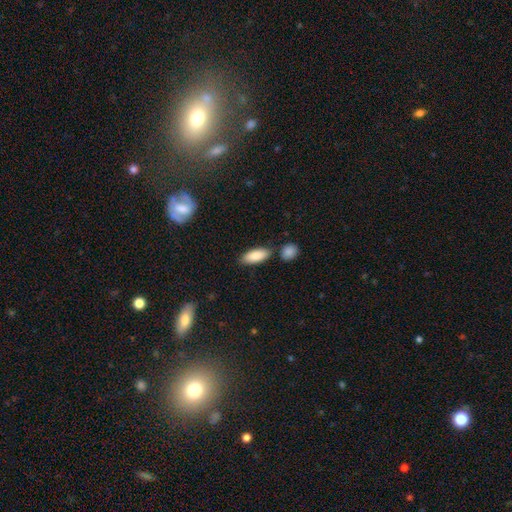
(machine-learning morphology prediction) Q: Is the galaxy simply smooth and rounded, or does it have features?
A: smooth — 88%.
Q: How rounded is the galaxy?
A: in between — 79%.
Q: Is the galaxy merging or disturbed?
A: none — 78%.